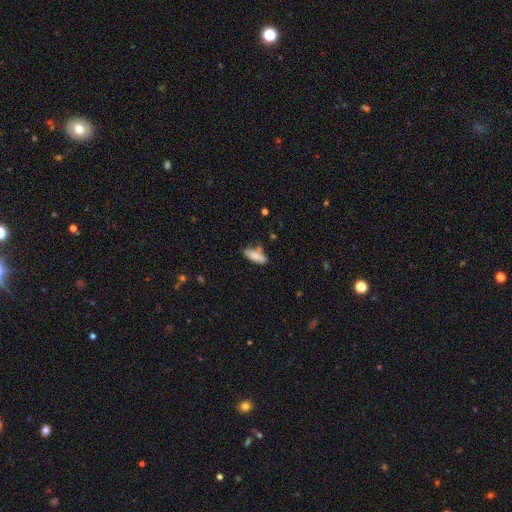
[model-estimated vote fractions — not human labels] This appears to be a smooth galaxy with no disk features (79%) that is in between round and cigar-shaped (74%). Merging: none (56%).